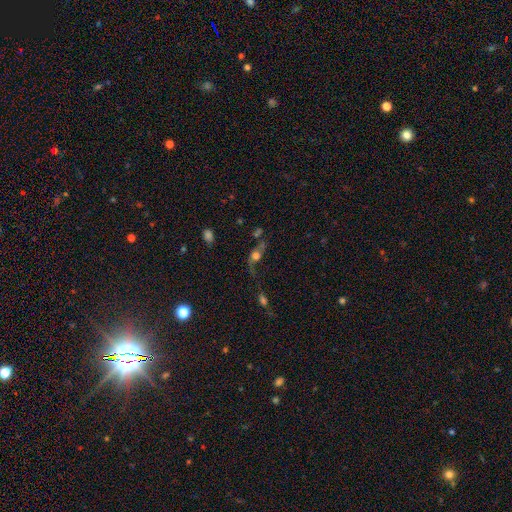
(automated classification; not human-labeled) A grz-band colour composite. It shows a featured or disk galaxy (46%). Merging: none (34%).